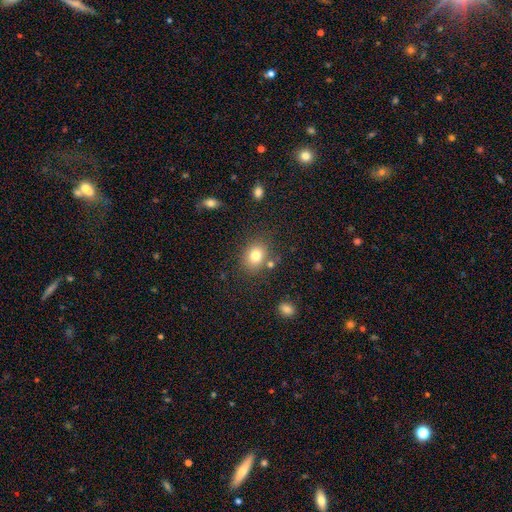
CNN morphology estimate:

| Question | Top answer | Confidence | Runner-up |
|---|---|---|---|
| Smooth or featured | smooth | 79% | star or artifact (11%) |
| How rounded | round | 52% | in between (47%) |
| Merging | none | 75% | minor disturbance (12%) |